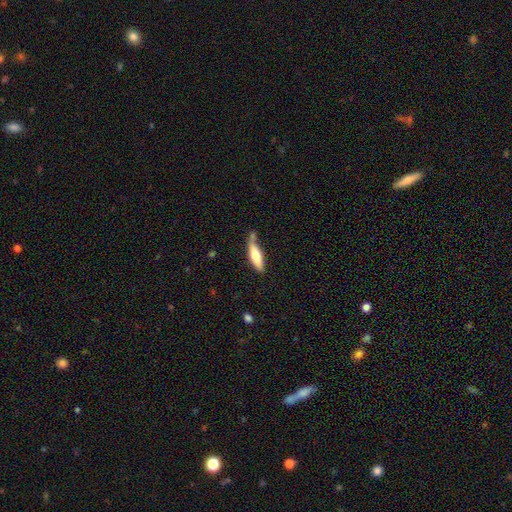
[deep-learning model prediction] Smooth or featured?
  - smooth: 66% *
  - featured or disk: 28%
  - star or artifact: 6%
How rounded?
  - cigar-shaped: 56% *
  - in between: 42%
  - round: 2%
Merging?
  - none: 53% *
  - minor disturbance: 25%
  - merger: 15%
  - major disturbance: 7%